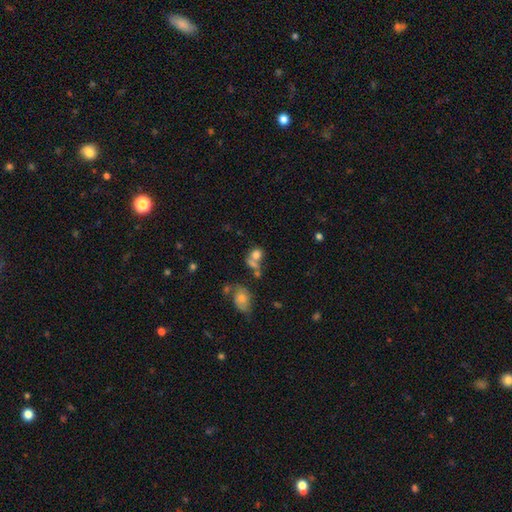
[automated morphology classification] smooth-or-featured: smooth: 74% | star or artifact: 13% | featured or disk: 12%
  how-rounded: round: 60% | in between: 38% | cigar-shaped: 2%
  merging: merger: 43% | none: 37% | minor disturbance: 11% | major disturbance: 8%